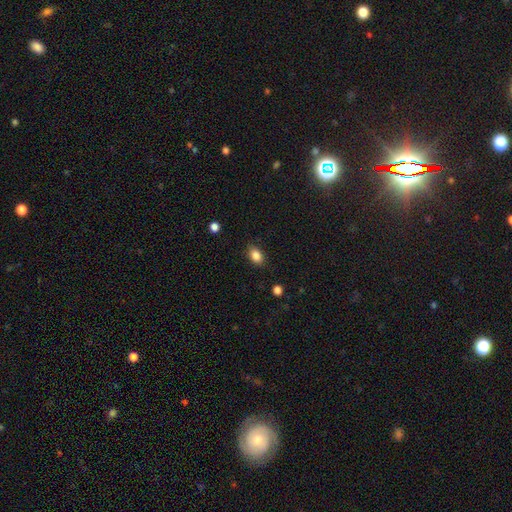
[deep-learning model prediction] The model was most divided on "how rounded": in between: 80%, round: 19%, cigar-shaped: 2%. More confident: smooth or featured — smooth (86%); merging — none (84%).